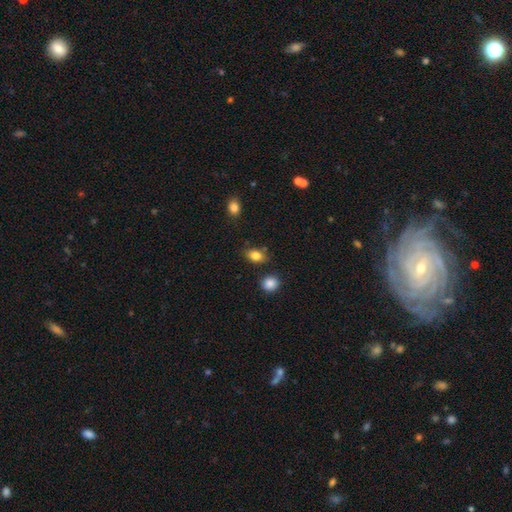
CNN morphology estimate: Smooth or featured: smooth — 83% (star or artifact — 9%)
How rounded: in between — 78% (round — 20%)
Merging: none — 79% (minor disturbance — 13%)